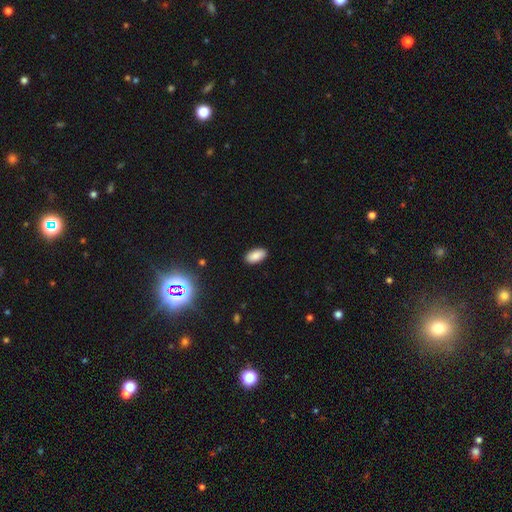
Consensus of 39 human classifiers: This appears to be a smooth galaxy with no disk features (82%) that is in between round and cigar-shaped (97%). Merging: none (94%).